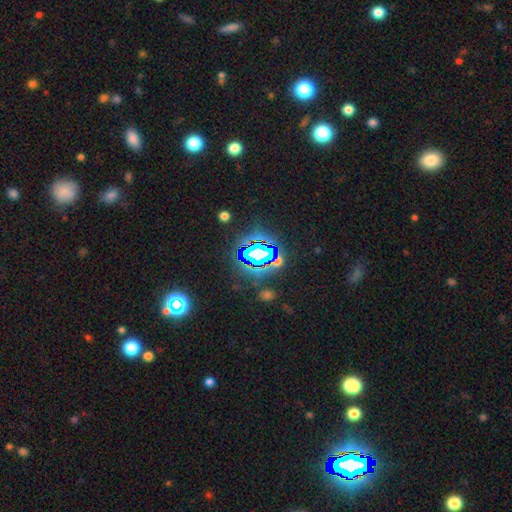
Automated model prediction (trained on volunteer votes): A star or artifact, not a galaxy (74%).

Vote fractions:
- Smooth or featured? star or artifact: 74% / smooth: 15% / featured or disk: 11%